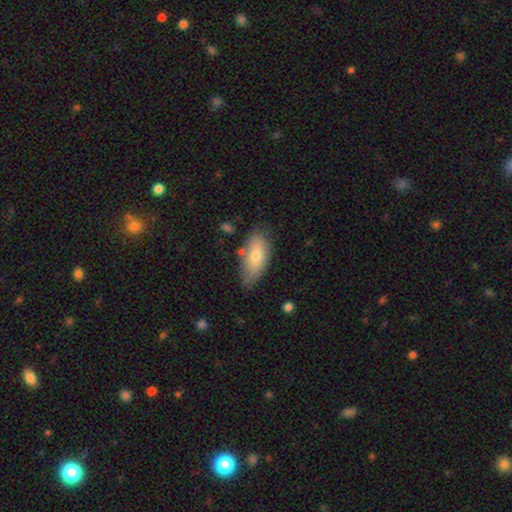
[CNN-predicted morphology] Smooth or featured? smooth (73%)
How rounded? in between (87%)
Merging? none (68%)